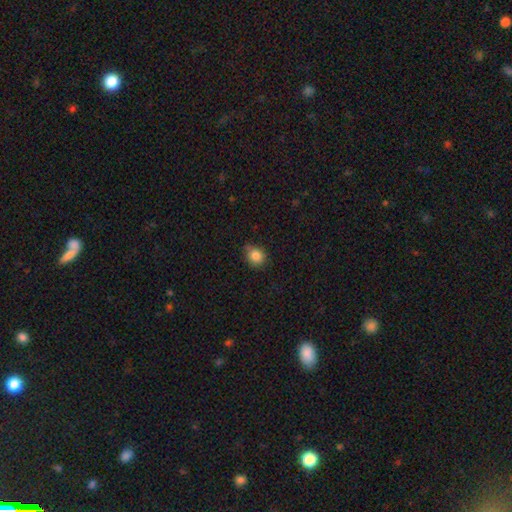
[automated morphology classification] A smooth galaxy with no disk features (85%) that is round (69%).

Vote fractions:
- Smooth or featured? smooth: 85% / star or artifact: 10% / featured or disk: 5%
- How rounded? round: 69% / in between: 30% / cigar-shaped: 1%
- Merging? none: 71% / minor disturbance: 24% / major disturbance: 4% / merger: 2%